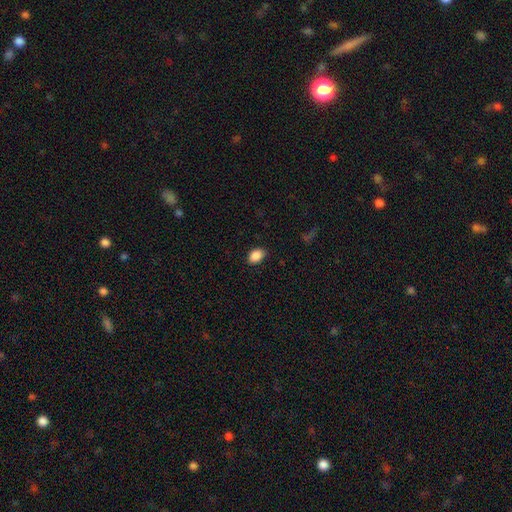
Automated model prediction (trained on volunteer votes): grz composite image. It shows a smooth galaxy with no disk features (89%) that is in between round and cigar-shaped (82%). Merging: none (87%).